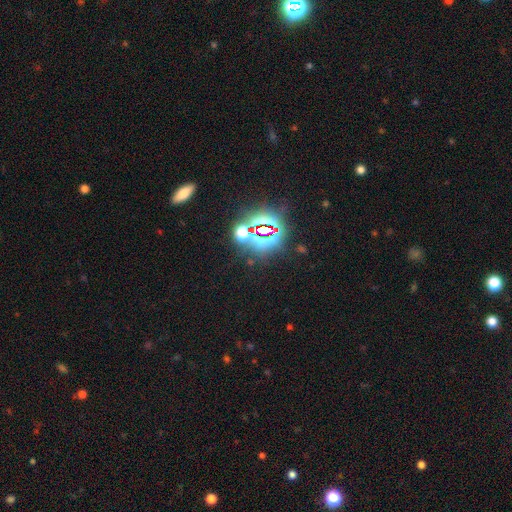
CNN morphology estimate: Q: Smooth or featured?
A: star or artifact (81%); runner-up: smooth (11%)